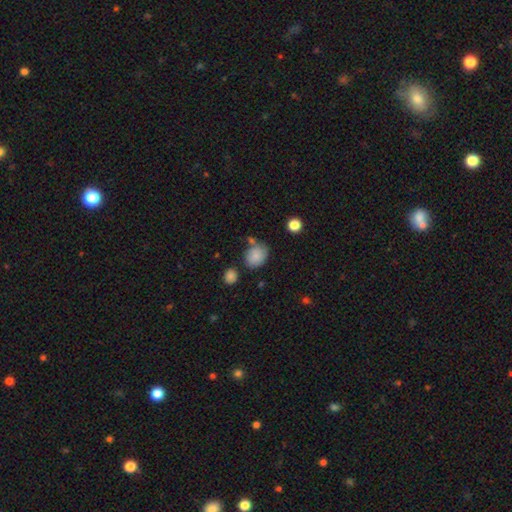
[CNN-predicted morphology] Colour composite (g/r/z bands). It shows a smooth galaxy with no disk features (84%) that is in between round and cigar-shaped (55%). Merging: none (64%).